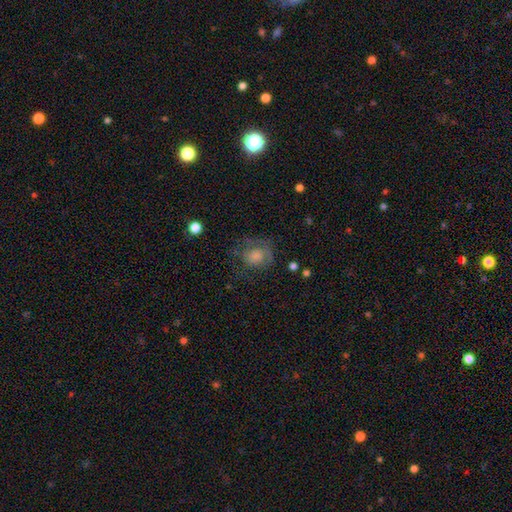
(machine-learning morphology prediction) Q: Smooth or featured?
A: smooth (42%); runner-up: featured or disk (41%)
Q: Merging?
A: none (57%); runner-up: minor disturbance (21%)